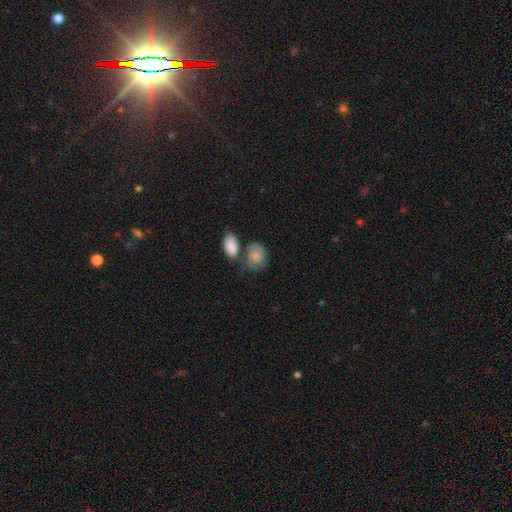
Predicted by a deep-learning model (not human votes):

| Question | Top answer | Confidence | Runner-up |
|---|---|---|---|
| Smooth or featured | smooth | 72% | featured or disk (21%) |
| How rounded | in between | 63% | round (36%) |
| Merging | none | 44% | merger (27%) |